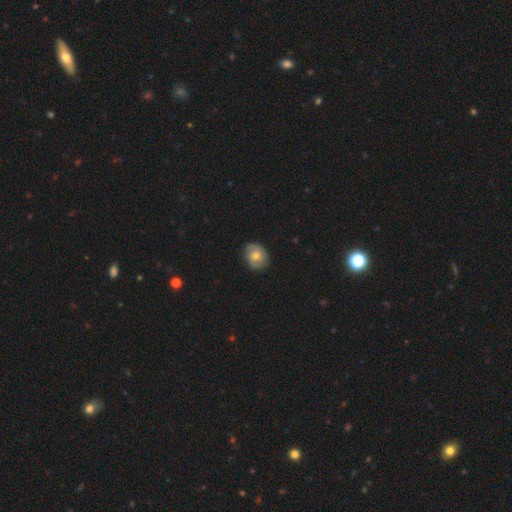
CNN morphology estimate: The model was most divided on "how rounded": round: 62%, in between: 38%, cigar-shaped: 1%. More confident: merging — none (77%); smooth or featured — smooth (60%).